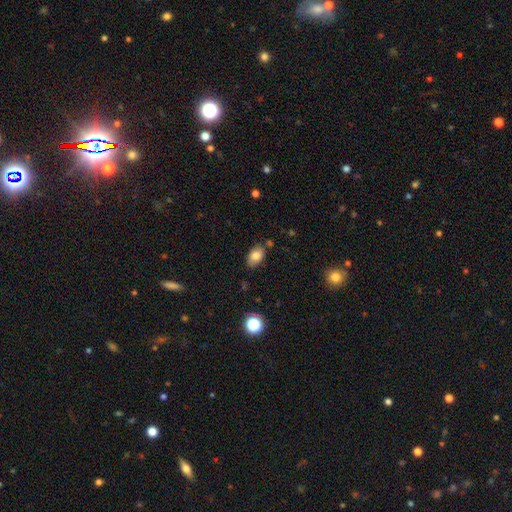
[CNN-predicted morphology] Q: Smooth or featured?
A: smooth (81%); runner-up: featured or disk (10%)
Q: How rounded?
A: in between (90%); runner-up: round (9%)
Q: Merging?
A: none (77%); runner-up: minor disturbance (15%)